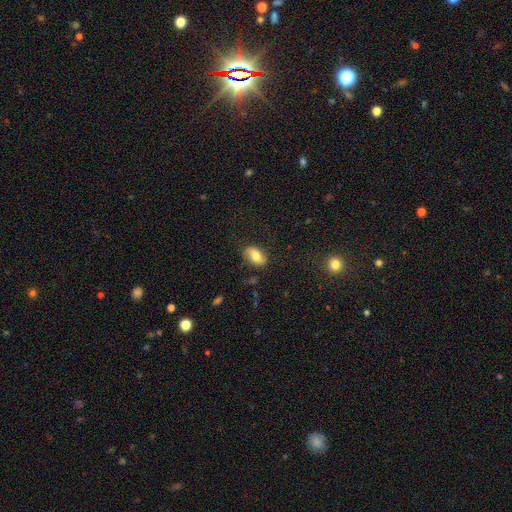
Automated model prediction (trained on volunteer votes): Smooth or featured?
  - smooth: 69% *
  - featured or disk: 23%
  - star or artifact: 8%
How rounded?
  - in between: 89% *
  - round: 8%
  - cigar-shaped: 3%
Merging?
  - none: 76% *
  - minor disturbance: 17%
  - major disturbance: 5%
  - merger: 2%